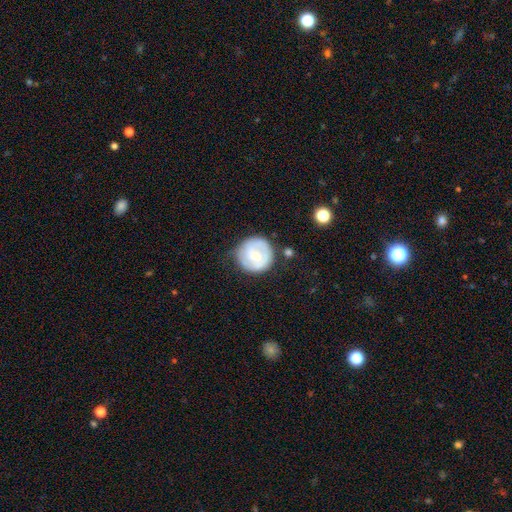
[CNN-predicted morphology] smooth-or-featured: smooth: 50% | featured or disk: 44% | star or artifact: 6%
  how-rounded: round: 94% | in between: 5% | cigar-shaped: 1%
  merging: none: 68% | minor disturbance: 22% | major disturbance: 7% | merger: 4%